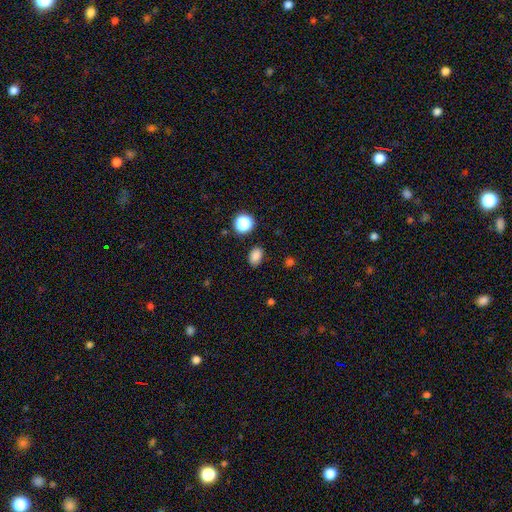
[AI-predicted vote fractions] smooth_or_featured: smooth (p=0.83) [alt: star or artifact p=0.13]
how_rounded: in between (p=0.75) [alt: round p=0.24]
merging: none (p=0.83) [alt: minor disturbance p=0.12]